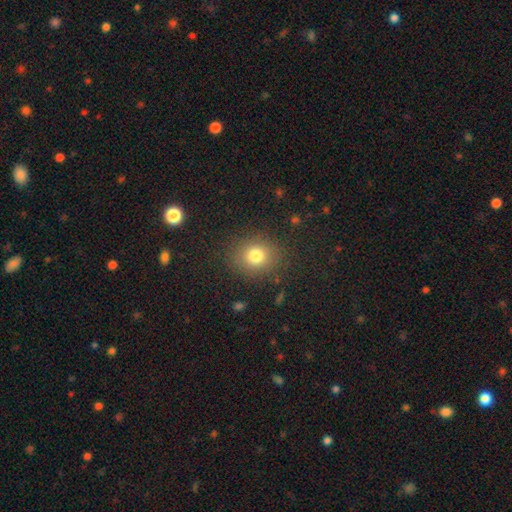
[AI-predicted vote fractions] Smooth or featured? Predicted: smooth (p=0.78). How rounded? Predicted: round (p=0.79). Merging? Predicted: none (p=0.86).